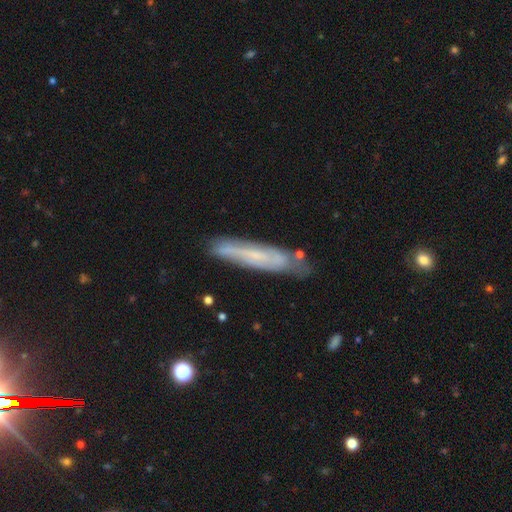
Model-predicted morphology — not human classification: A featured or disk galaxy (51%) viewed edge-on (58%).

Vote fractions:
- Smooth or featured? featured or disk: 51% / smooth: 41% / star or artifact: 8%
- Edge-on disk? yes: 58% / no: 42%
- Merging? none: 69% / minor disturbance: 21% / major disturbance: 5% / merger: 4%